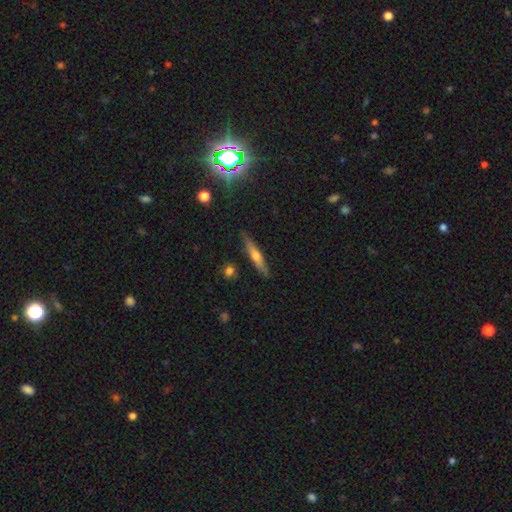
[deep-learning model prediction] featured or disk 51%, smooth 40%, star or artifact 9%. Down the decision tree: edge-on disk — yes (94%); merging — none (86%).